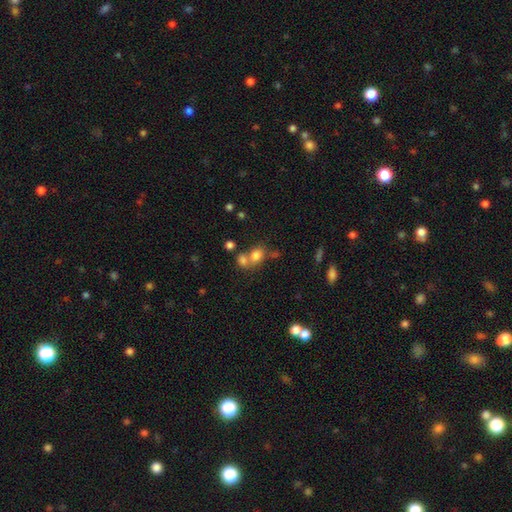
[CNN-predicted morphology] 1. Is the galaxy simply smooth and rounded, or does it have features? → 76% smooth, 13% star or artifact, 11% featured or disk.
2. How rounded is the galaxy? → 55% round, 44% in between, 1% cigar-shaped.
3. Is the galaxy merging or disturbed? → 47% merger, 39% none, 9% minor disturbance, 5% major disturbance.